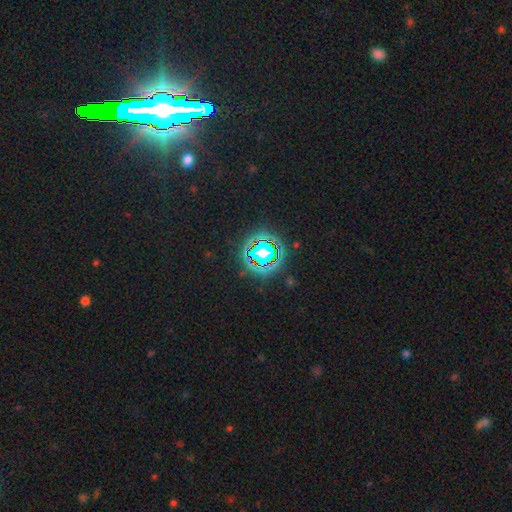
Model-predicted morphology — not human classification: A star or artifact, not a galaxy (84%).

Vote fractions:
- Smooth or featured? star or artifact: 84% / smooth: 9% / featured or disk: 8%